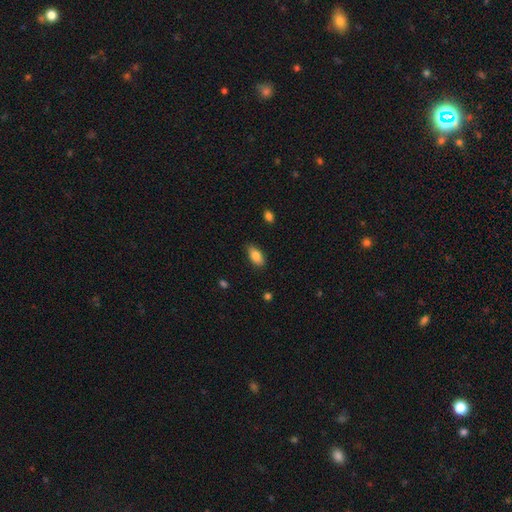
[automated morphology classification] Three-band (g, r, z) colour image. It shows a smooth galaxy with no disk features (81%) that is in between round and cigar-shaped (90%). Merging: none (85%).